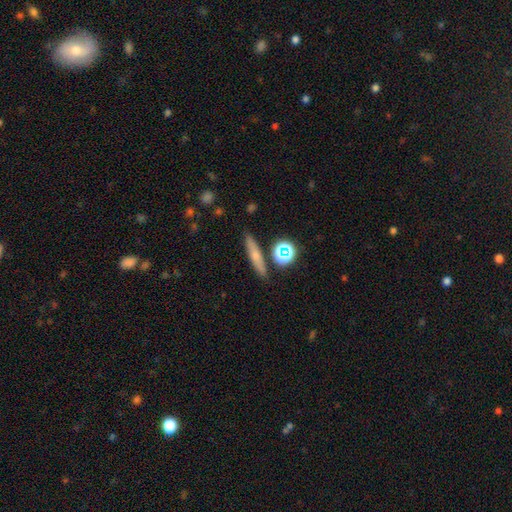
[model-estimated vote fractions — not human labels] Smooth or featured? smooth (56%)
How rounded? cigar-shaped (78%)
Merging? none (84%)